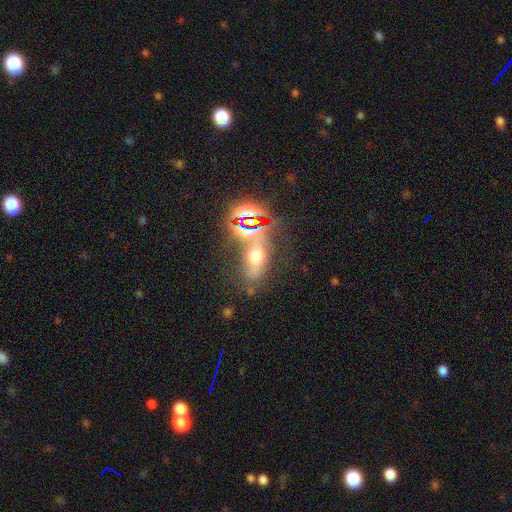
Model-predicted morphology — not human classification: Overall: smooth (40%; star or artifact 36%). Merging: none (54%; merger 18%).